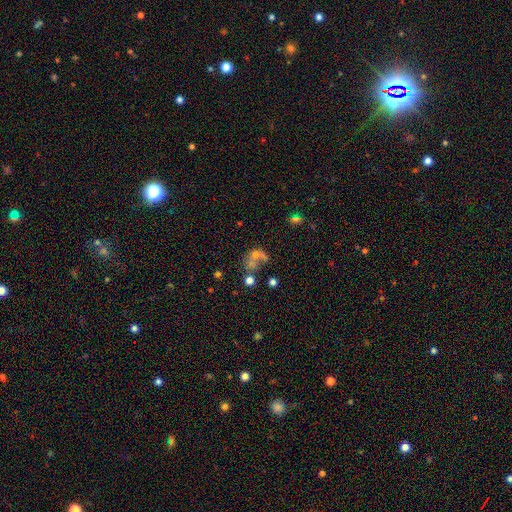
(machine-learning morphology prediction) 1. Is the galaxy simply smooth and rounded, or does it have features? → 40% smooth, 35% featured or disk, 25% star or artifact.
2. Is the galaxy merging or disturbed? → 42% merger, 27% none, 20% major disturbance, 11% minor disturbance.